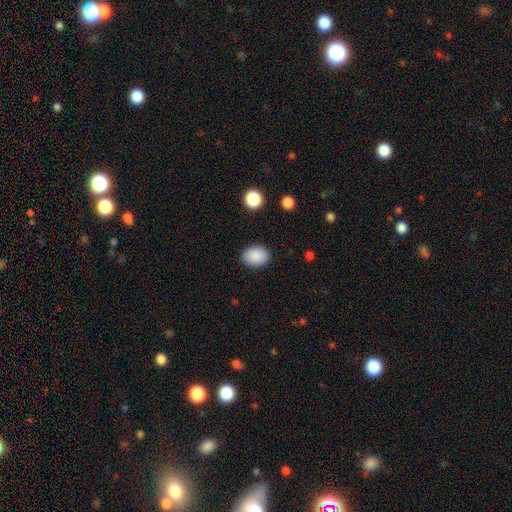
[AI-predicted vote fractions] A smooth galaxy with no disk features (89%) that is in between round and cigar-shaped (74%). Merging: none (88%).